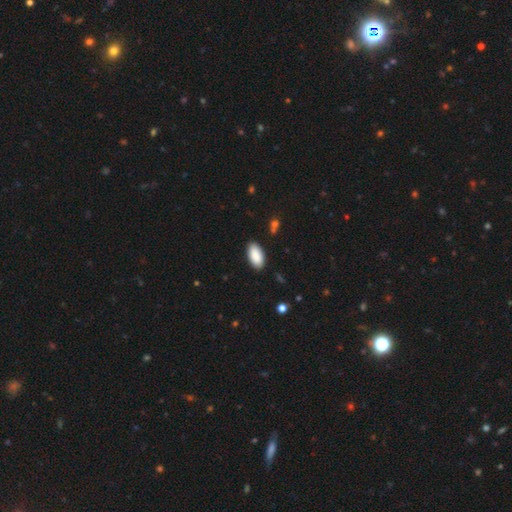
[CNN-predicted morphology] smooth 90%, star or artifact 6%, featured or disk 4%. Down the decision tree: how rounded — in between (95%); merging — none (88%).